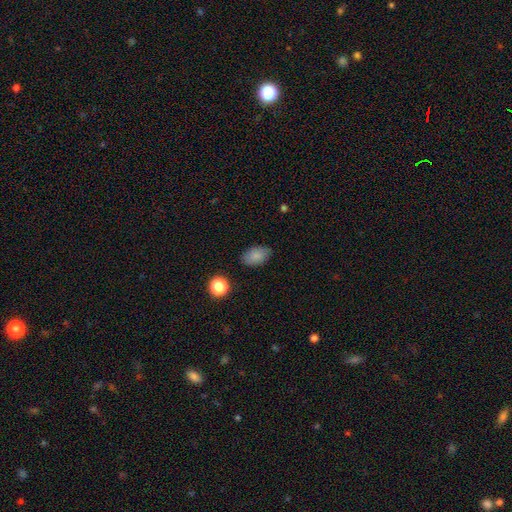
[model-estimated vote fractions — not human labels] This appears to be a smooth galaxy with no disk features (84%) that is in between round and cigar-shaped (88%). Merging: none (79%).